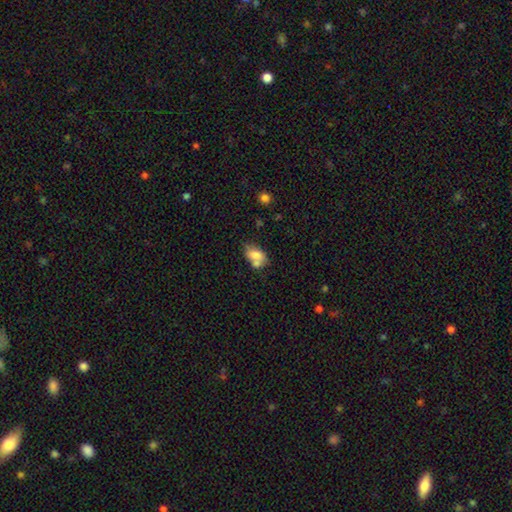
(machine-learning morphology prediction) Smooth or featured: smooth — 73% (featured or disk — 18%)
How rounded: in between — 84% (round — 14%)
Merging: merger — 38% (none — 37%)